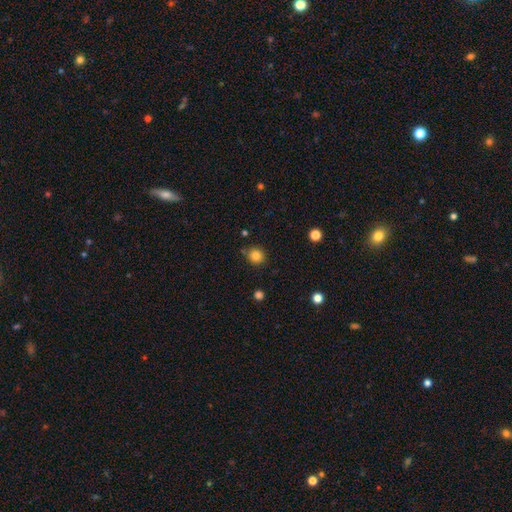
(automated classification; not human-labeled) Morphology: type=smooth (84%); roundness=round (86%); merging=none (82%).